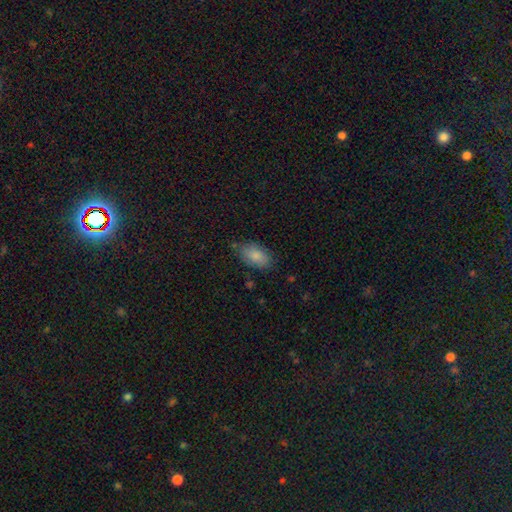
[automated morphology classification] Smooth or featured? Predicted: smooth (p=0.86). How rounded? Predicted: in between (p=0.93). Merging? Predicted: none (p=0.77).